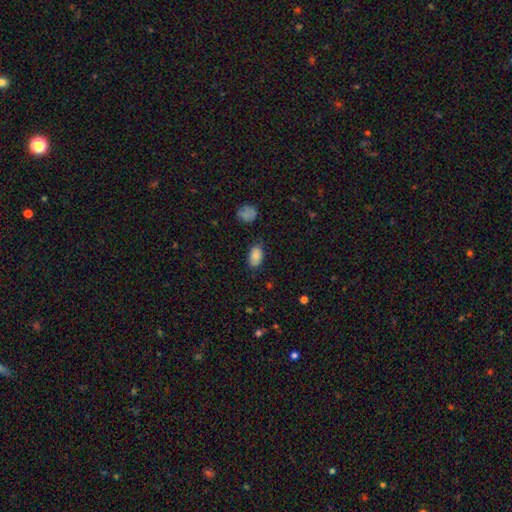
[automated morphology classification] A smooth galaxy with no disk features (87%) that is in between round and cigar-shaped (92%).

Vote fractions:
- Smooth or featured? smooth: 87% / star or artifact: 8% / featured or disk: 5%
- How rounded? in between: 92% / round: 7% / cigar-shaped: 2%
- Merging? none: 78% / minor disturbance: 16% / major disturbance: 4% / merger: 2%